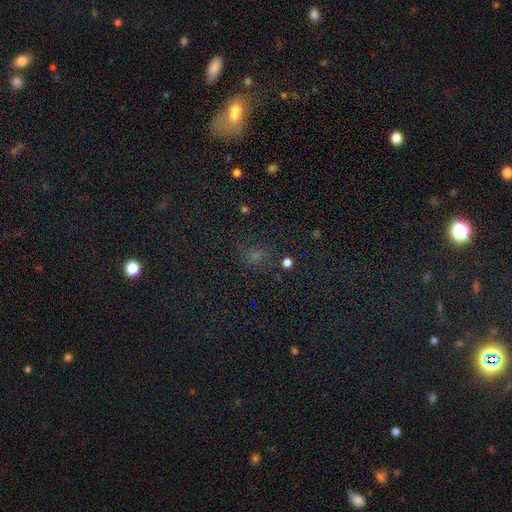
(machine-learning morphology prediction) Smooth or featured: star or artifact — 45% (smooth — 40%)